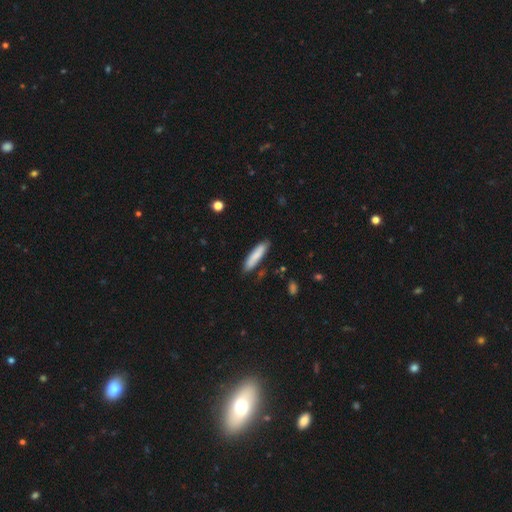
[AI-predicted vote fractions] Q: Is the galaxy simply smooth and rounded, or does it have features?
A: smooth — 82%.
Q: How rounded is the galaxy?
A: cigar-shaped — 79%.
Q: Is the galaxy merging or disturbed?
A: none — 83%.